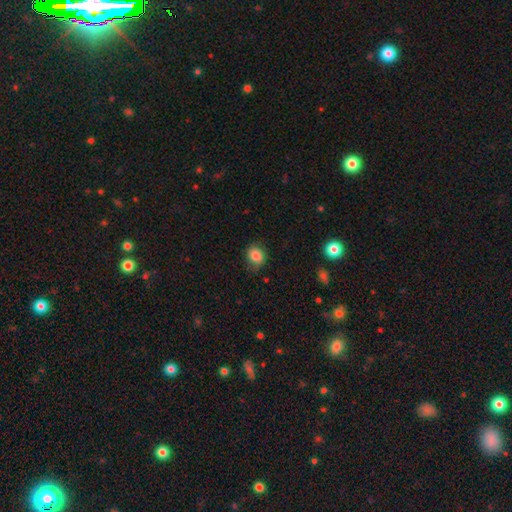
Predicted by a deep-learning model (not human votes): A smooth galaxy with no disk features (85%) that is round (63%). Merging: none (74%).